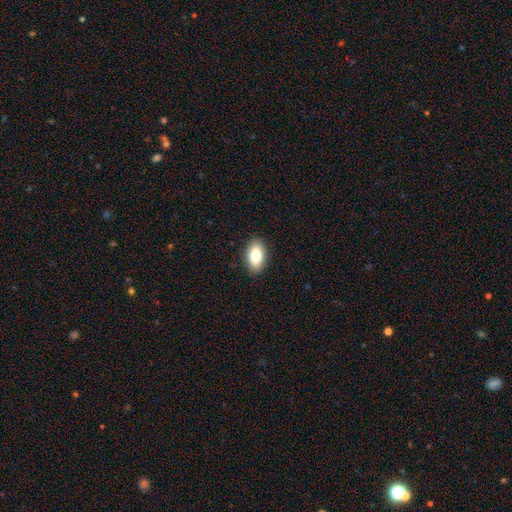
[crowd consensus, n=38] Morphology: type=smooth (84%); roundness=in between (88%); merging=none (91%).